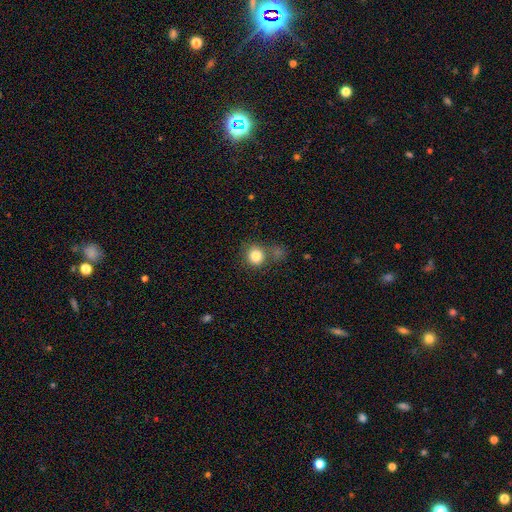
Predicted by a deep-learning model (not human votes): Smooth or featured? Predicted: smooth (p=0.82). How rounded? Predicted: round (p=0.87). Merging? Predicted: none (p=0.62).